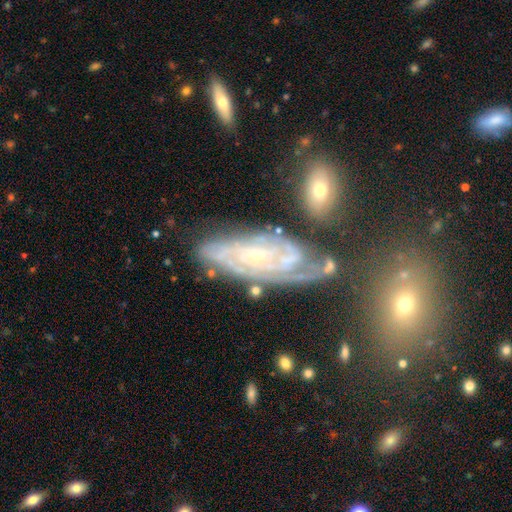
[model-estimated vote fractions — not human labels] Smooth or featured? Predicted: featured or disk (p=0.84). Edge-on disk? Predicted: no (p=0.91). Bar? Predicted: no (p=0.63). Spiral arms? Predicted: yes (p=0.95). Spiral winding? Predicted: tight (p=0.71). Spiral arm count? Predicted: can't tell (p=0.36). Bulge size? Predicted: small (p=0.81). Merging? Predicted: none (p=0.61).